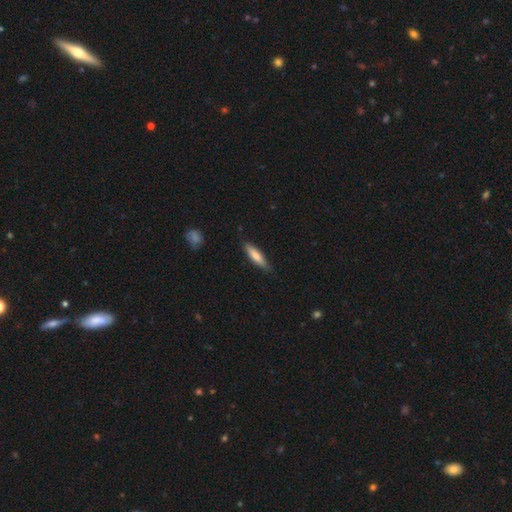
Smooth or featured? smooth (81%)
How rounded? cigar-shaped (90%)
Merging? none (89%)